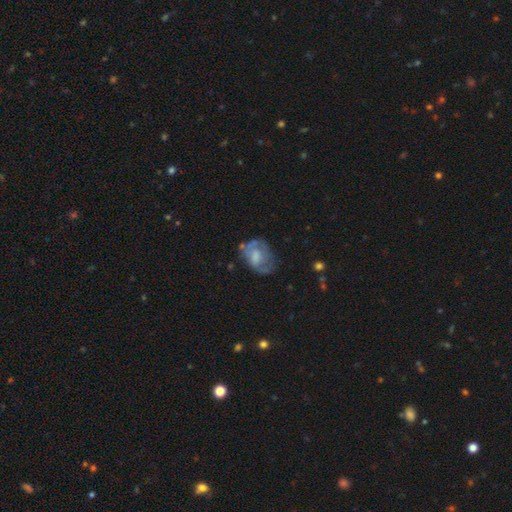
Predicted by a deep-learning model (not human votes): Smooth or featured? featured or disk (50%)
Merging? none (46%)